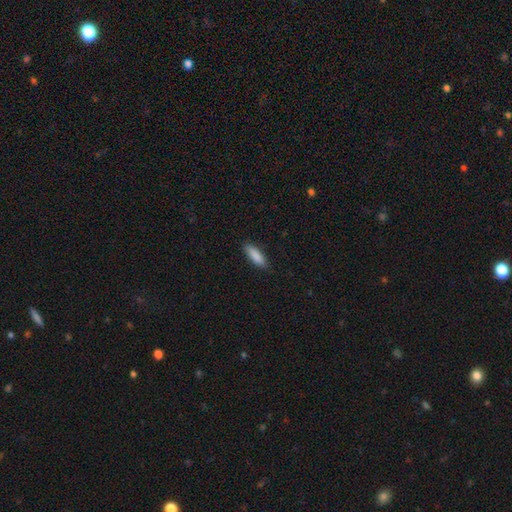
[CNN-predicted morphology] Smooth or featured? smooth (87%)
How rounded? cigar-shaped (52%)
Merging? none (87%)